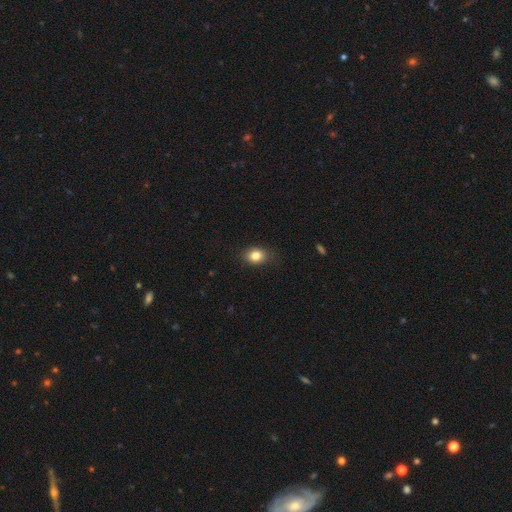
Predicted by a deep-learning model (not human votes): smooth_or_featured: smooth (p=0.83) [alt: star or artifact p=0.10]
how_rounded: in between (p=0.62) [alt: round p=0.37]
merging: none (p=0.80) [alt: minor disturbance p=0.16]